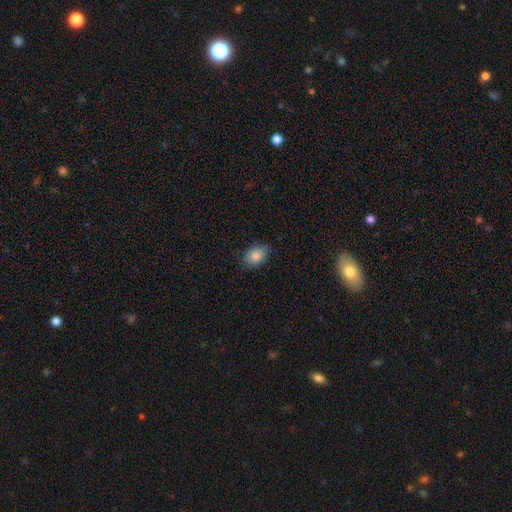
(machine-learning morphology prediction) This appears to be a smooth galaxy with no disk features (84%) that is in between round and cigar-shaped (68%). Merging: none (71%).